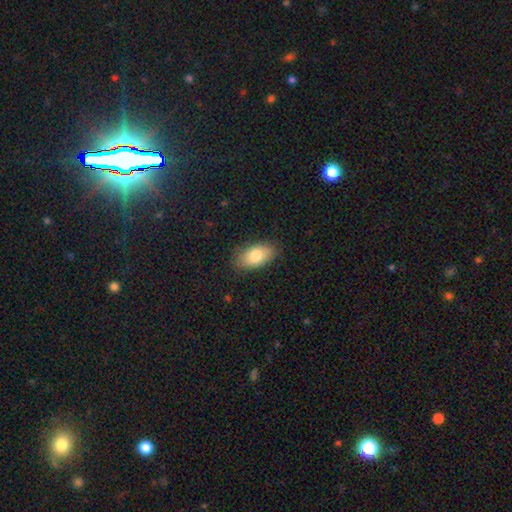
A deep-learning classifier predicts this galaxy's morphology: Smooth or featured: smooth — 81% (featured or disk — 13%)
How rounded: in between — 92% (round — 5%)
Merging: none — 84% (minor disturbance — 12%)